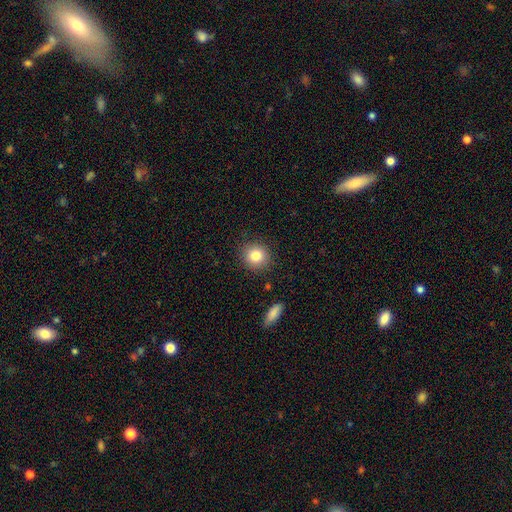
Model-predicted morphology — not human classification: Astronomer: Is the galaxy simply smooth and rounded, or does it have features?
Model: smooth — 82%.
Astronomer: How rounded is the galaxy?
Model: round — 88%.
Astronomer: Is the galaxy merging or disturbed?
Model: none — 88%.